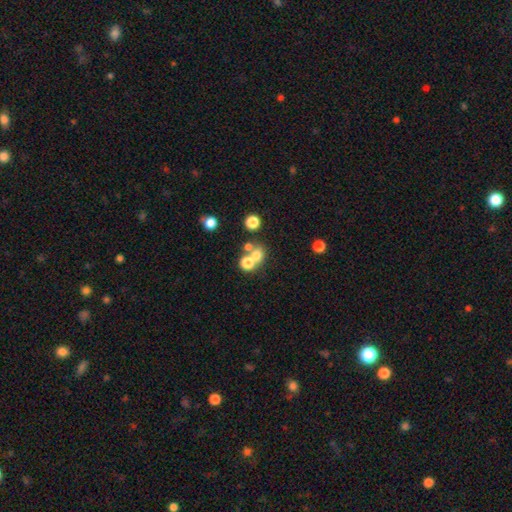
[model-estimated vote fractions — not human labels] The model was most divided on "merging": none: 45%, merger: 44%, minor disturbance: 7%, major disturbance: 4%. More confident: how rounded — round (79%); smooth or featured — smooth (69%).